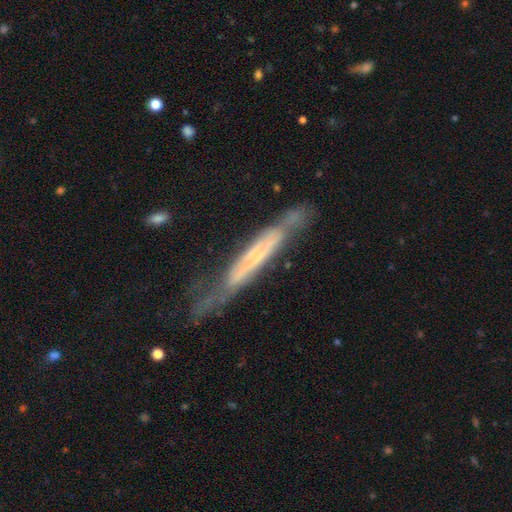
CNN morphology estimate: featured or disk 64%, smooth 29%, star or artifact 7%. Down the decision tree: edge-on disk — yes (70%); merging — none (46%).